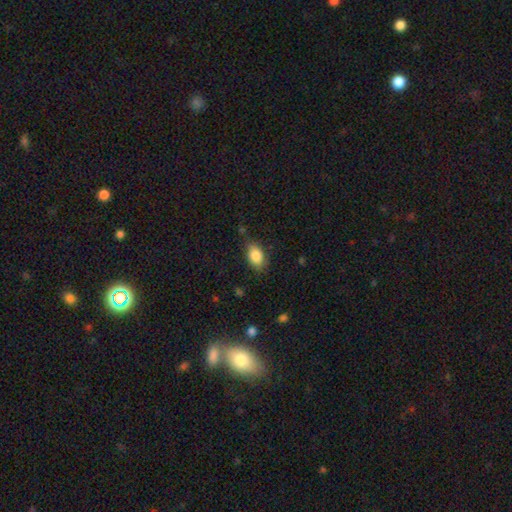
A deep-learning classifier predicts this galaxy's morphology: Smooth or featured?
  - smooth: 86% *
  - star or artifact: 8%
  - featured or disk: 7%
How rounded?
  - in between: 87% *
  - round: 11%
  - cigar-shaped: 2%
Merging?
  - none: 75% *
  - minor disturbance: 19%
  - major disturbance: 4%
  - merger: 2%